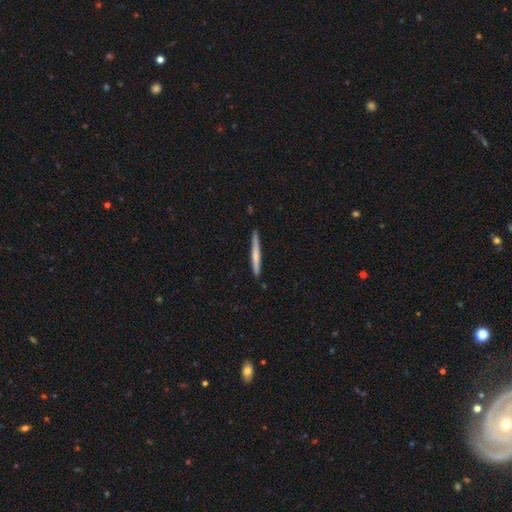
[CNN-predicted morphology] type=smooth (61%); roundness=cigar-shaped (97%); merging=none (89%).